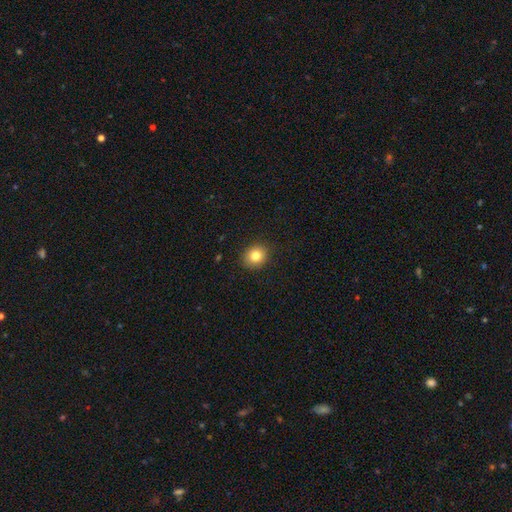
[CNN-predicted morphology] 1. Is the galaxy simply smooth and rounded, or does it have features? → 81% smooth, 11% star or artifact, 8% featured or disk.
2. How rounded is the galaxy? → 74% round, 25% in between, 1% cigar-shaped.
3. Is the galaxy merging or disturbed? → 89% none, 8% minor disturbance, 2% major disturbance, 1% merger.